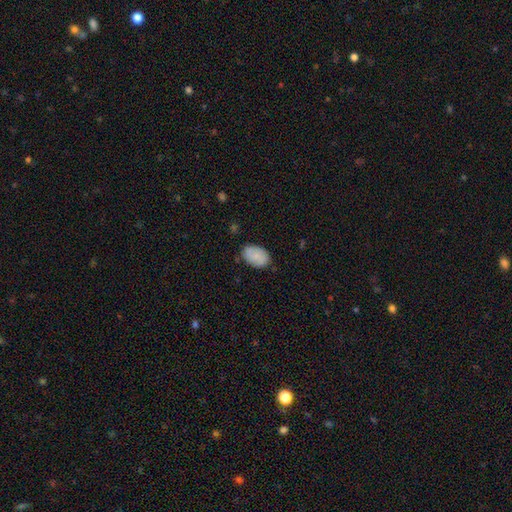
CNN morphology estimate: Smooth or featured? Predicted: smooth (p=0.80). How rounded? Predicted: in between (p=0.89). Merging? Predicted: none (p=0.81).